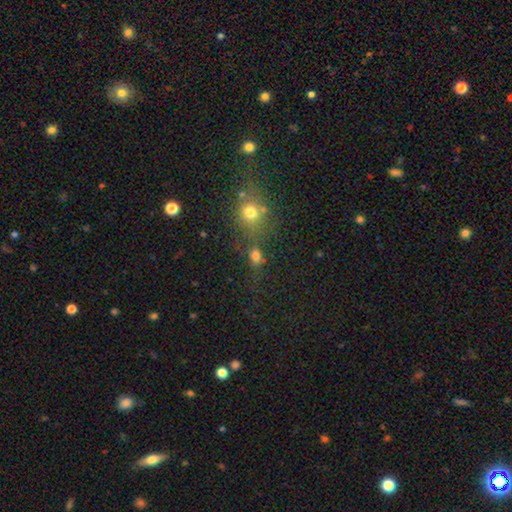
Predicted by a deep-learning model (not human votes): smooth_or_featured: smooth (p=0.68) [alt: star or artifact p=0.23]
how_rounded: in between (p=0.53) [alt: round p=0.43]
merging: none (p=0.54) [alt: merger p=0.25]